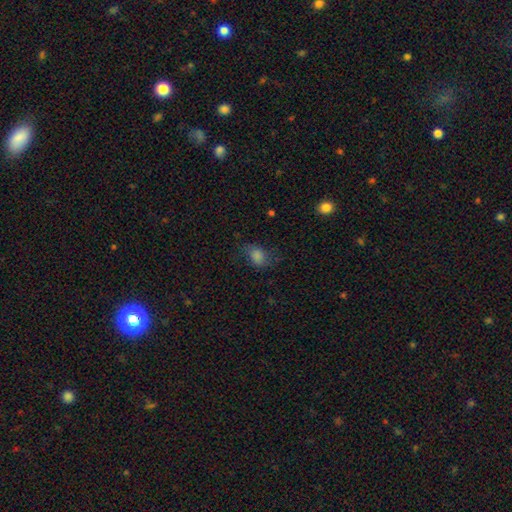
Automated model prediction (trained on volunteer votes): This appears to be a smooth galaxy with no disk features (67%) that is in between round and cigar-shaped (69%). Merging: none (59%).